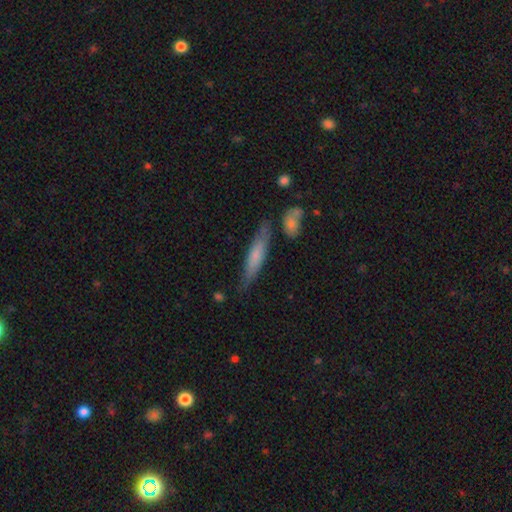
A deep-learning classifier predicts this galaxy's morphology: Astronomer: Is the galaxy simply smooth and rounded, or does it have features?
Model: smooth — 61%.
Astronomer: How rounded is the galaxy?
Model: cigar-shaped — 83%.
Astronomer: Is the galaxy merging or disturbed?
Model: none — 71%.